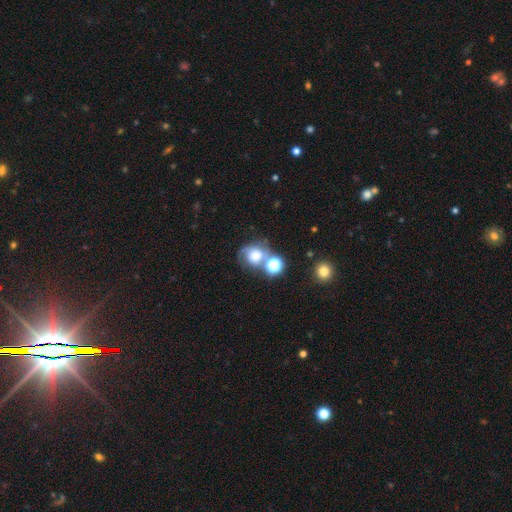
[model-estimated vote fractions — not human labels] This appears to be a smooth galaxy with no disk features (44%). Merging: none (39%).